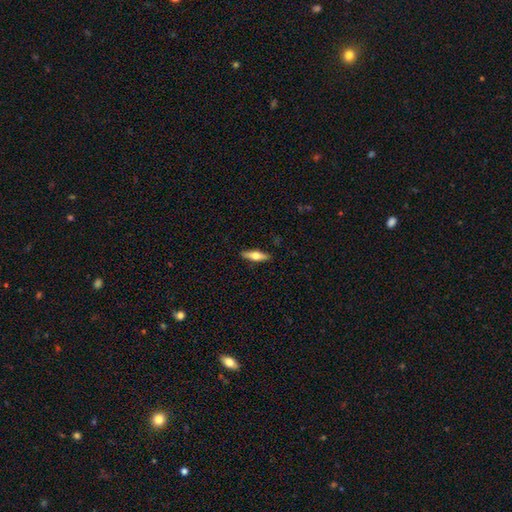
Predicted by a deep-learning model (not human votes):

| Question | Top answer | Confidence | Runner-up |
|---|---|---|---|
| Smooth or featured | featured or disk | 48% | smooth (46%) |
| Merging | none | 89% | minor disturbance (8%) |